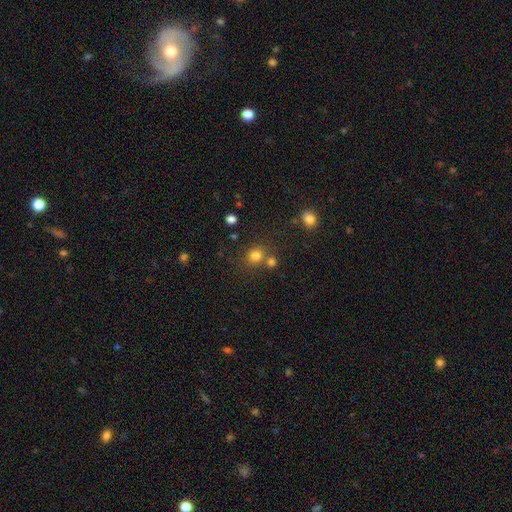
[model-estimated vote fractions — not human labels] smooth-or-featured: smooth: 79% | star or artifact: 15% | featured or disk: 6%
  how-rounded: round: 85% | in between: 14% | cigar-shaped: 1%
  merging: none: 66% | merger: 22% | minor disturbance: 9% | major disturbance: 4%